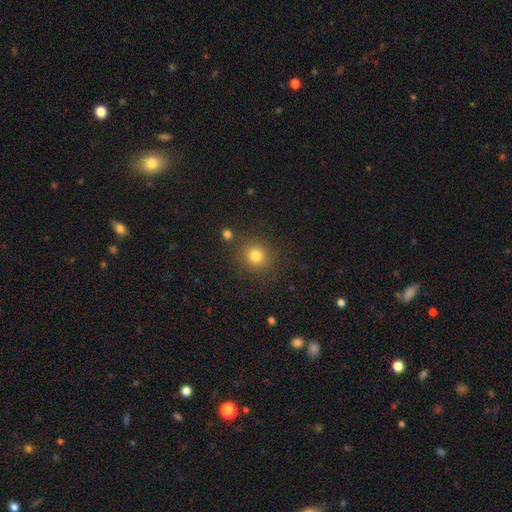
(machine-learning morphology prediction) A smooth galaxy with no disk features (81%) that is round (89%).

Vote fractions:
- Smooth or featured? smooth: 81% / star or artifact: 13% / featured or disk: 6%
- How rounded? round: 89% / in between: 10% / cigar-shaped: 1%
- Merging? none: 86% / minor disturbance: 8% / merger: 4% / major disturbance: 3%